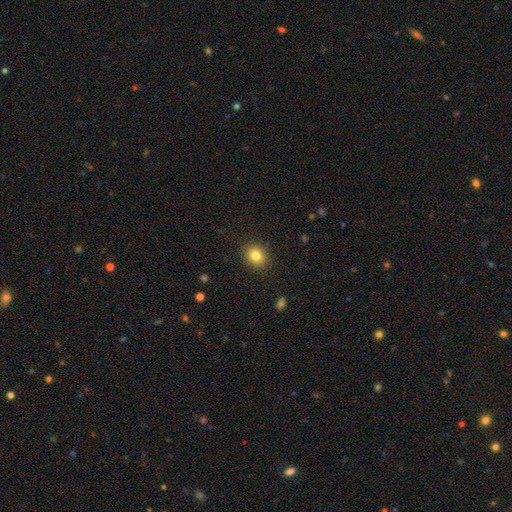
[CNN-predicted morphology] type=smooth (82%); roundness=round (66%); merging=none (89%).